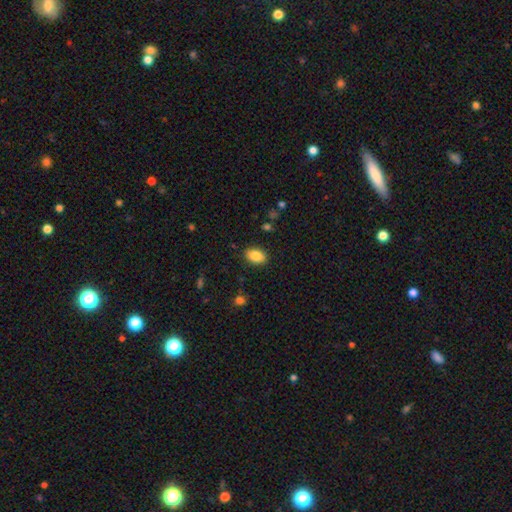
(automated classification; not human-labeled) Overall: smooth (86%). How rounded: in between (88%). Merging: none (87%).